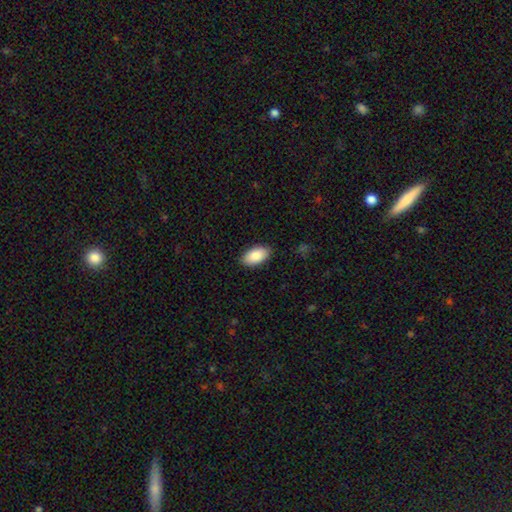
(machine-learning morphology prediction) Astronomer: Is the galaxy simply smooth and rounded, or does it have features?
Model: smooth — 87%.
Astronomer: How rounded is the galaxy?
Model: in between — 95%.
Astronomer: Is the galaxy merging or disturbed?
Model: none — 89%.